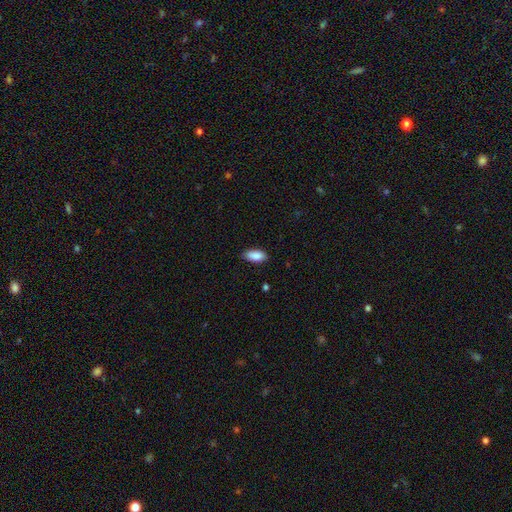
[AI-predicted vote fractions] smooth 89%, star or artifact 7%, featured or disk 4%. Down the decision tree: how rounded — in between (90%); merging — none (82%).